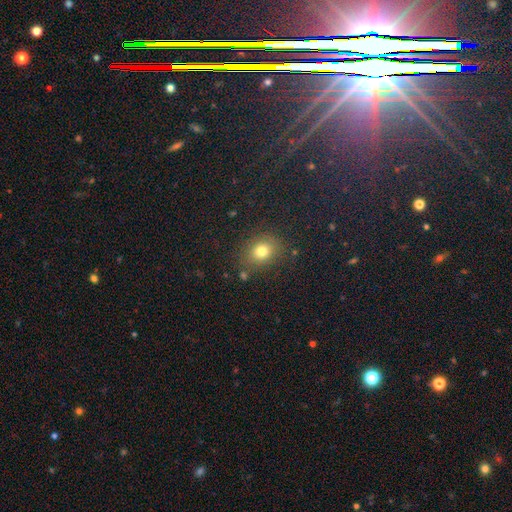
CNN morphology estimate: smooth_or_featured: smooth (p=0.70) [alt: star or artifact p=0.21]
how_rounded: round (p=0.62) [alt: in between p=0.37]
merging: none (p=0.83) [alt: minor disturbance p=0.10]